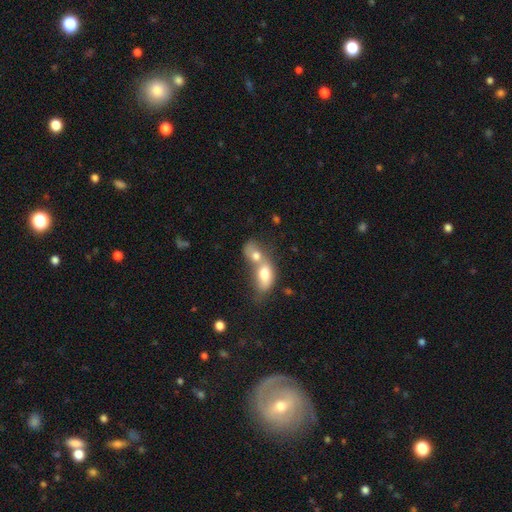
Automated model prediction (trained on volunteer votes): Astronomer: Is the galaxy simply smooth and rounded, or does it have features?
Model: smooth — 72%.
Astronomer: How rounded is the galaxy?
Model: in between — 72%.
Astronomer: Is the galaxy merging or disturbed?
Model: merger — 82%.